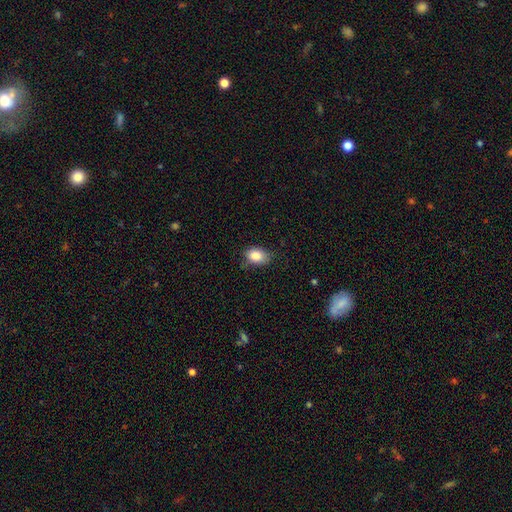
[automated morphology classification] Smooth or featured? Predicted: smooth (p=0.86). How rounded? Predicted: in between (p=0.79). Merging? Predicted: none (p=0.70).